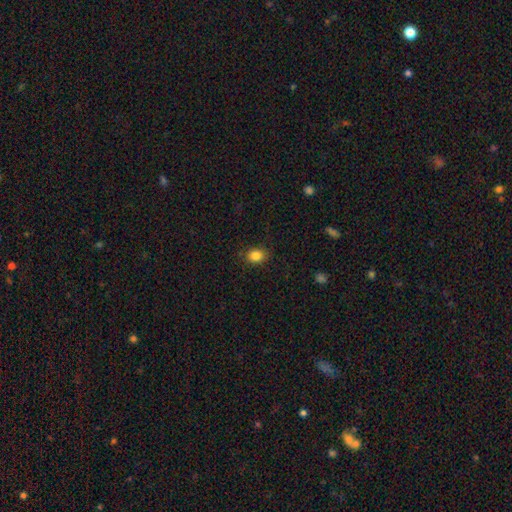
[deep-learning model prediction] Overall: smooth (85%). How rounded: in between (52%; round 47%). Merging: none (87%).